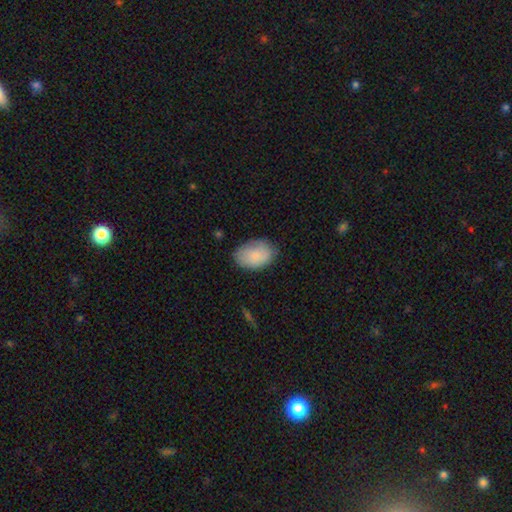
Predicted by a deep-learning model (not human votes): smooth-or-featured: smooth: 85% | featured or disk: 9% | star or artifact: 6%
  how-rounded: in between: 87% | round: 12% | cigar-shaped: 1%
  merging: none: 77% | minor disturbance: 18% | major disturbance: 4% | merger: 1%